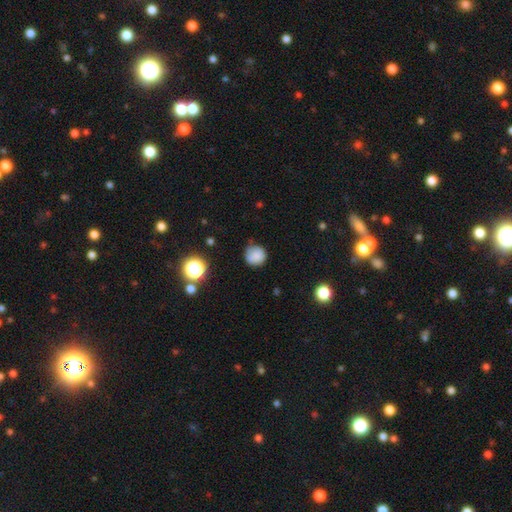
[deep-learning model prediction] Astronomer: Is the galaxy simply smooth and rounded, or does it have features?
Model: smooth — 83%.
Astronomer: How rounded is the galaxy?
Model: round — 92%.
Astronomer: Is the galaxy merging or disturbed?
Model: none — 77%.